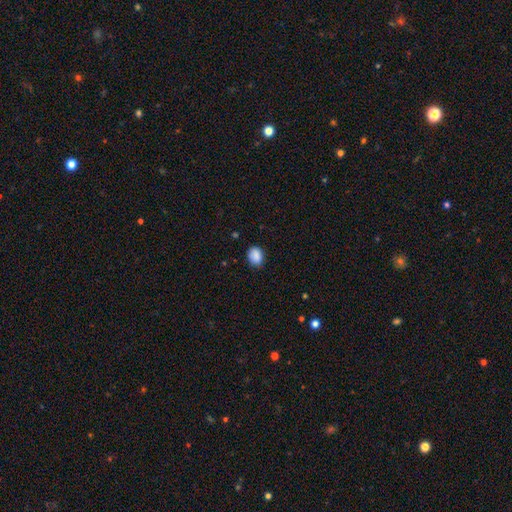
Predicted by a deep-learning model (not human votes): This is clearly a smooth galaxy (89%). How rounded: likely in between (70%). Merging: clearly none (82%).